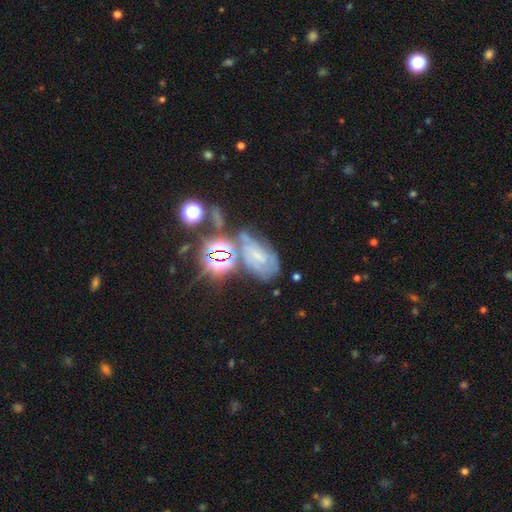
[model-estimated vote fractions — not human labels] A featured or disk galaxy (48%). Merging: none (49%).